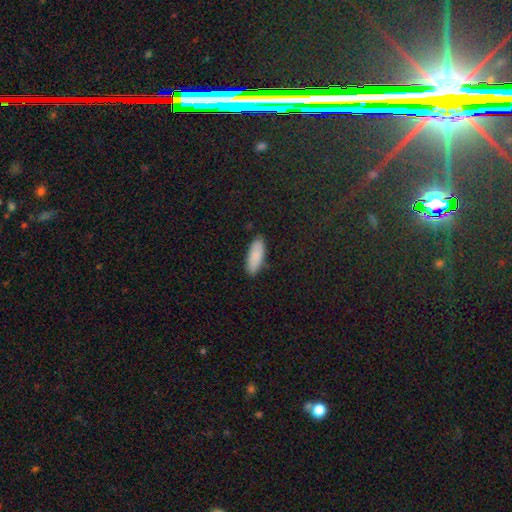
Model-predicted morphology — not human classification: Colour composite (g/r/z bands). It shows a smooth galaxy with no disk features (88%) that is in between round and cigar-shaped (70%). Merging: none (86%).